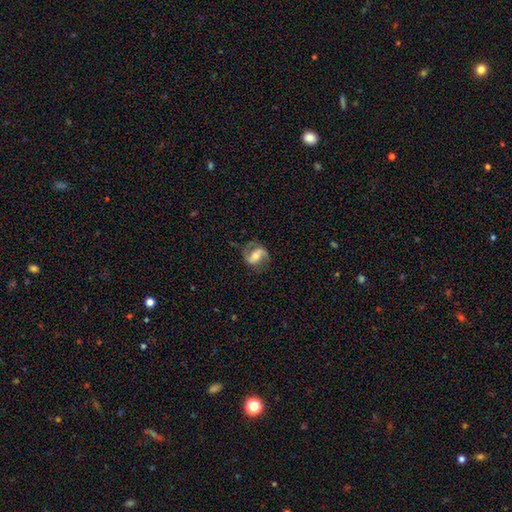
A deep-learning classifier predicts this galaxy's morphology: Smooth or featured? featured or disk (73%)
Edge-on disk? no (96%)
Bar? strong (44%)
Spiral arms? yes (89%)
Spiral winding? medium (45%)
Spiral arm count? 2 (87%)
Bulge size? moderate (59%)
Merging? none (70%)